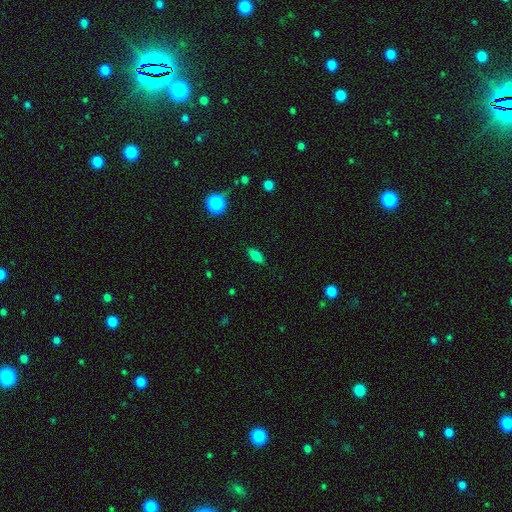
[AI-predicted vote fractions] A smooth galaxy with no disk features (77%) that is in between round and cigar-shaped (77%).

Vote fractions:
- Smooth or featured? smooth: 77% / featured or disk: 13% / star or artifact: 10%
- How rounded? in between: 77% / cigar-shaped: 18% / round: 5%
- Merging? none: 84% / minor disturbance: 12% / major disturbance: 3% / merger: 1%